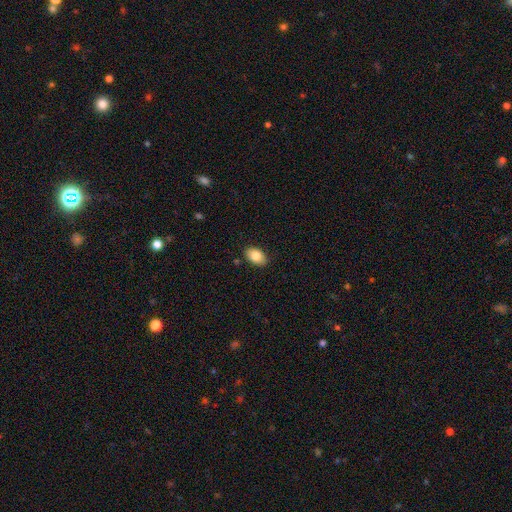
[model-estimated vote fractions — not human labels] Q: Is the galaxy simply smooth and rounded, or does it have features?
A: smooth — 84%.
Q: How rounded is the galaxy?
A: in between — 89%.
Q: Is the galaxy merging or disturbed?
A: none — 87%.